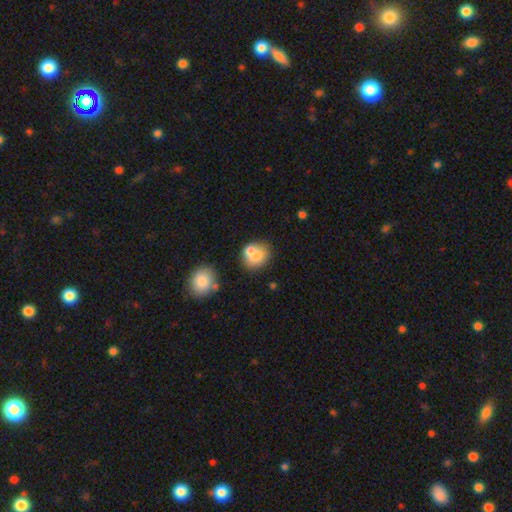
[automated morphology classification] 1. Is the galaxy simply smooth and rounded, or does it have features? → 72% smooth, 19% featured or disk, 9% star or artifact.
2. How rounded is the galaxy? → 73% round, 26% in between, 1% cigar-shaped.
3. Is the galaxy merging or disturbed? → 47% none, 36% merger, 12% minor disturbance, 5% major disturbance.